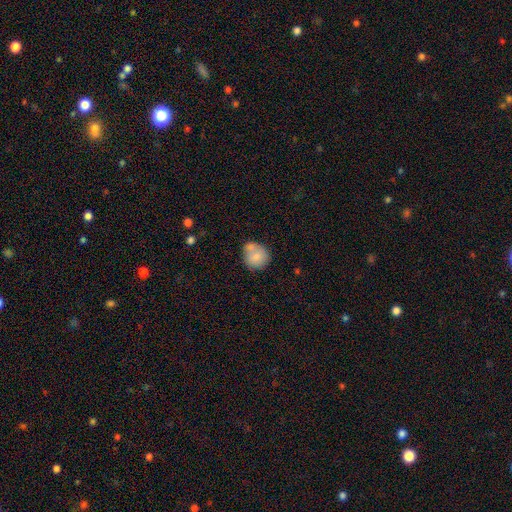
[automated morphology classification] This appears to be a smooth galaxy with no disk features (77%) that is round (80%). Merging: none (47%).